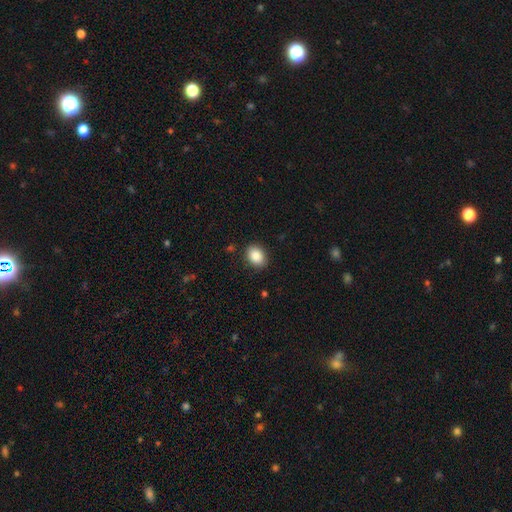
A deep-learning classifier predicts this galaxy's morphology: Smooth or featured? smooth (87%)
How rounded? in between (65%)
Merging? none (87%)